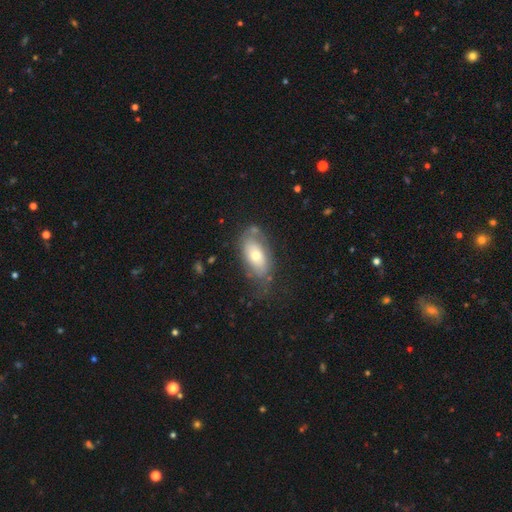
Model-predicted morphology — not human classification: Smooth or featured: smooth — 54% (featured or disk — 38%)
How rounded: in between — 89% (round — 6%)
Merging: none — 56% (minor disturbance — 25%)